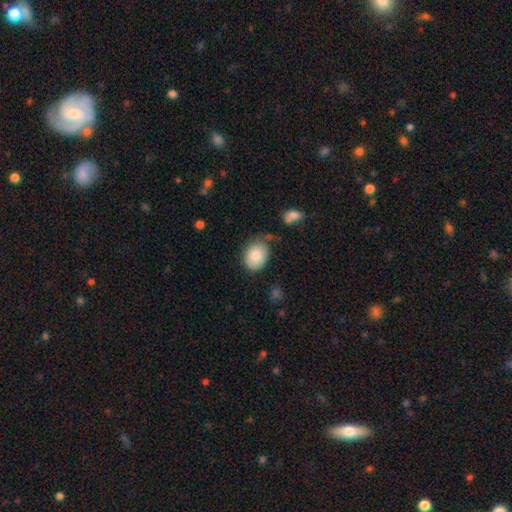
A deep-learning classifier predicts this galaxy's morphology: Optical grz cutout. It shows a smooth galaxy with no disk features (83%) that is in between round and cigar-shaped (56%). Merging: none (71%).